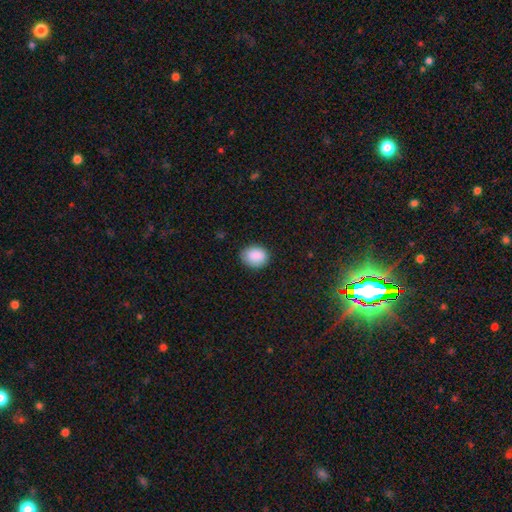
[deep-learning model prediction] A smooth galaxy with no disk features (89%) that is in between round and cigar-shaped (55%).

Vote fractions:
- Smooth or featured? smooth: 89% / star or artifact: 7% / featured or disk: 4%
- How rounded? in between: 55% / round: 44% / cigar-shaped: 1%
- Merging? none: 81% / minor disturbance: 15% / major disturbance: 3% / merger: 1%